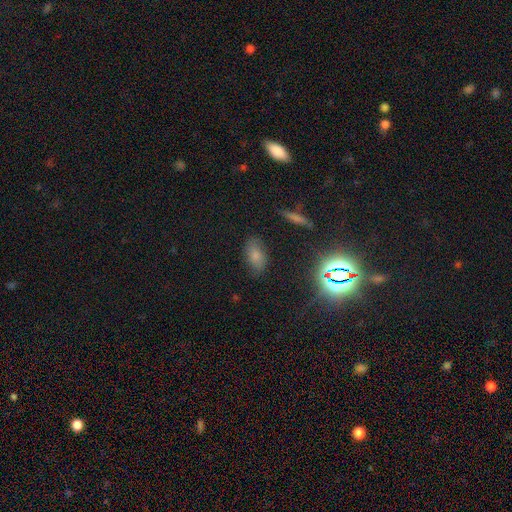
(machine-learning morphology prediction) Overall: smooth (71%). How rounded: in between (90%). Merging: none (77%).